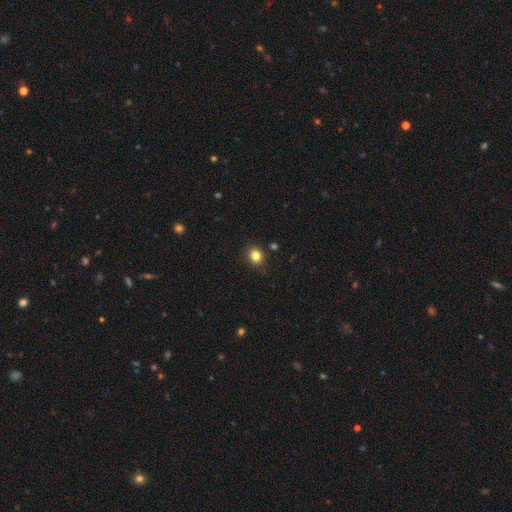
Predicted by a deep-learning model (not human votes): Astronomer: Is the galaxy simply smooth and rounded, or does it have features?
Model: smooth — 83%.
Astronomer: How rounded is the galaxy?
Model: round — 76%.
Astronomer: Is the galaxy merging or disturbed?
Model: none — 88%.